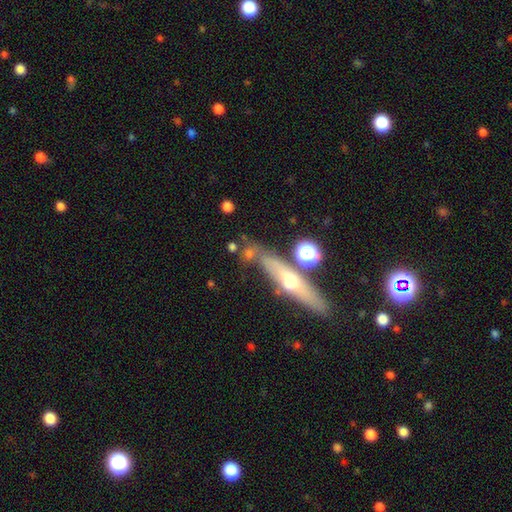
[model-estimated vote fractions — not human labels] Morphology: type=featured or disk (55%); edge-on=yes (80%); merging=none (70%).